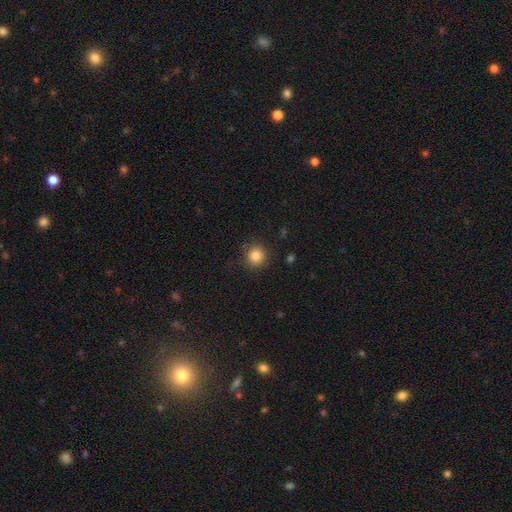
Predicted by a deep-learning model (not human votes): smooth 84%, star or artifact 11%, featured or disk 5%. Down the decision tree: how rounded — round (93%); merging — none (89%).